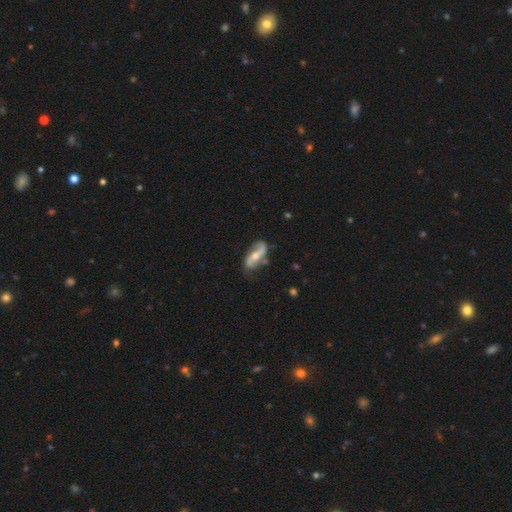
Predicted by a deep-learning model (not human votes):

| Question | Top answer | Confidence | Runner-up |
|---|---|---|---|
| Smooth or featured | featured or disk | 76% | smooth (19%) |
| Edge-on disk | no | 90% | yes (10%) |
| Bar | no | 37% | strong (32%) |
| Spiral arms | yes | 90% | no (10%) |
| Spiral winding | loose | 69% | medium (22%) |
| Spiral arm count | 2 | 88% | can't tell (4%) |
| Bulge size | moderate | 59% | small (34%) |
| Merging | none | 68% | minor disturbance (21%) |